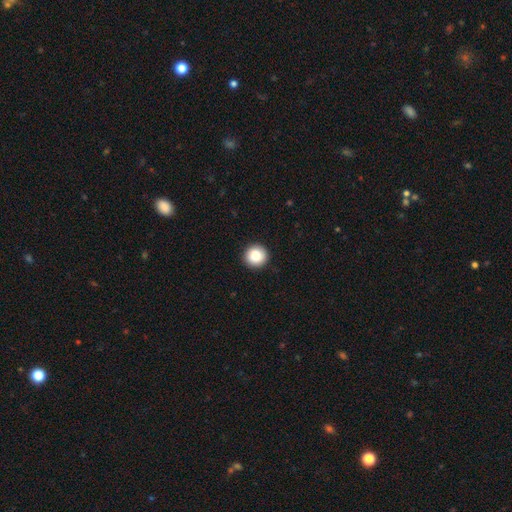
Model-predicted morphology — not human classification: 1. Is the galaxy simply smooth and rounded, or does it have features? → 86% smooth, 8% star or artifact, 5% featured or disk.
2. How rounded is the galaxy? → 95% round, 4% in between, 1% cigar-shaped.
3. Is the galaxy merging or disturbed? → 93% none, 5% minor disturbance, 1% major disturbance, 1% merger.